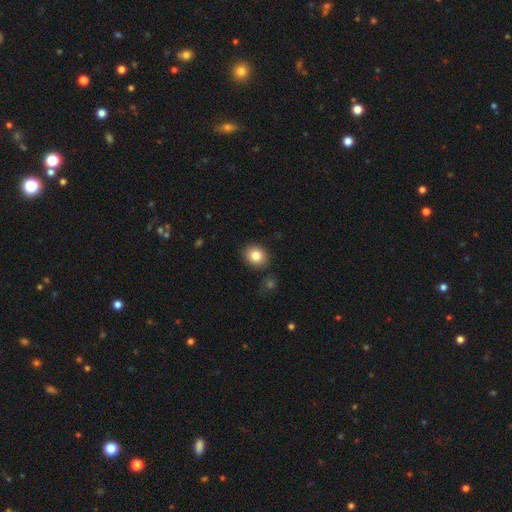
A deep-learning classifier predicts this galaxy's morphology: A smooth galaxy with no disk features (84%) that is round (63%).

Vote fractions:
- Smooth or featured? smooth: 84% / star or artifact: 9% / featured or disk: 7%
- How rounded? round: 63% / in between: 36% / cigar-shaped: 1%
- Merging? none: 85% / minor disturbance: 10% / merger: 3% / major disturbance: 3%